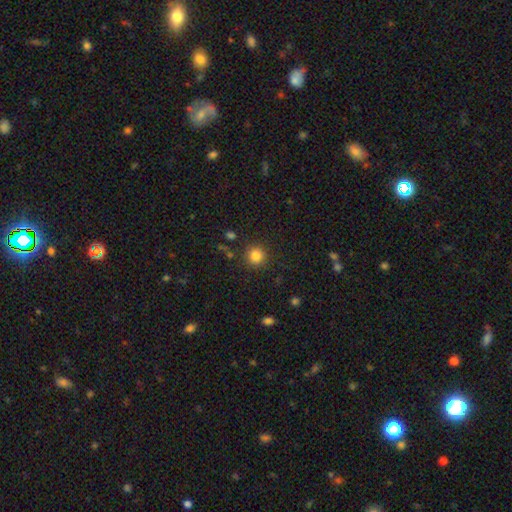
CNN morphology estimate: type=smooth (83%); roundness=round (93%); merging=none (88%).